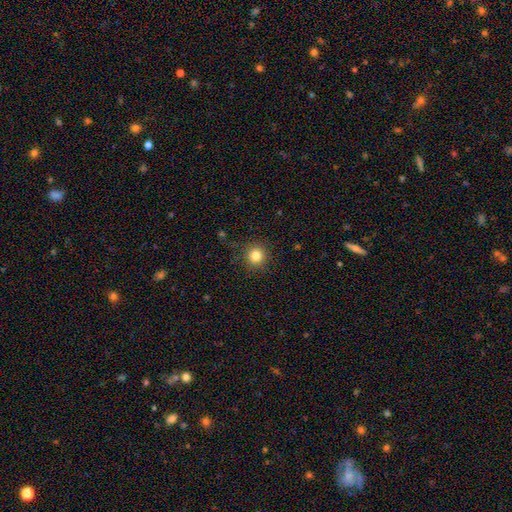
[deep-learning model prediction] A smooth galaxy with no disk features (82%) that is round (93%). Merging: none (89%).